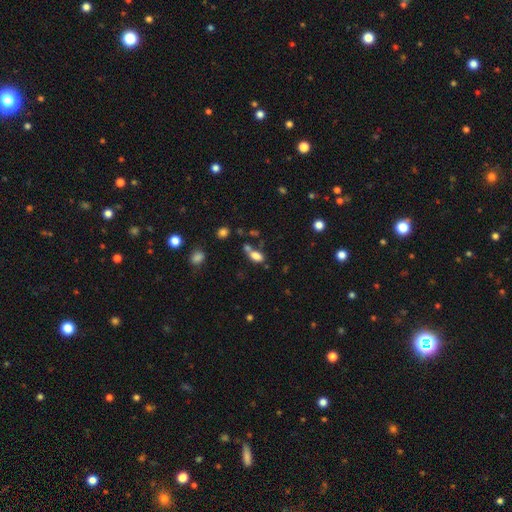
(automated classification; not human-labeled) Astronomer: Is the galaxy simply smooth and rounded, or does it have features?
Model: smooth — 77%.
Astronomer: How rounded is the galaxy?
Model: in between — 86%.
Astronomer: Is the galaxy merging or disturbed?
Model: none — 45% (runner-up: merger, 31%).